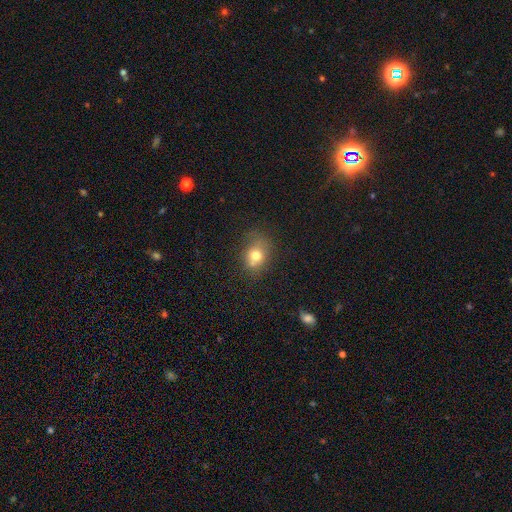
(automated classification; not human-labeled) Morphology: type=smooth (72%); roundness=round (51%); merging=none (49%).